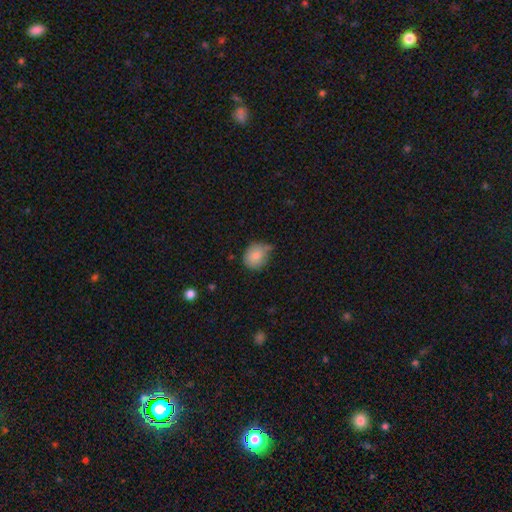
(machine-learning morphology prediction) This appears to be a smooth galaxy with no disk features (83%) that is round (67%). Merging: none (51%).